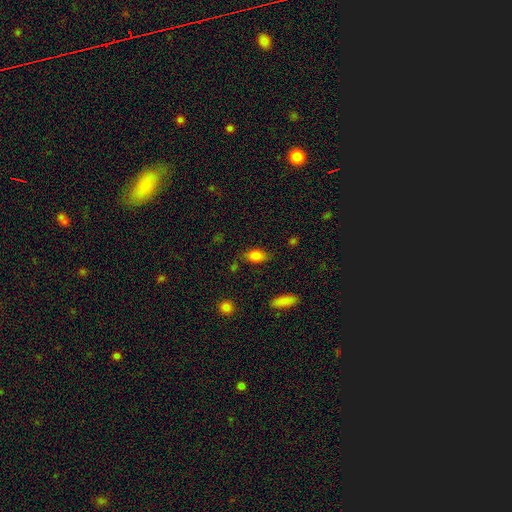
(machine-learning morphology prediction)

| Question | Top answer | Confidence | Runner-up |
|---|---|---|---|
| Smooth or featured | smooth | 81% | featured or disk (10%) |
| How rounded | in between | 87% | round (8%) |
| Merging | none | 75% | minor disturbance (18%) |